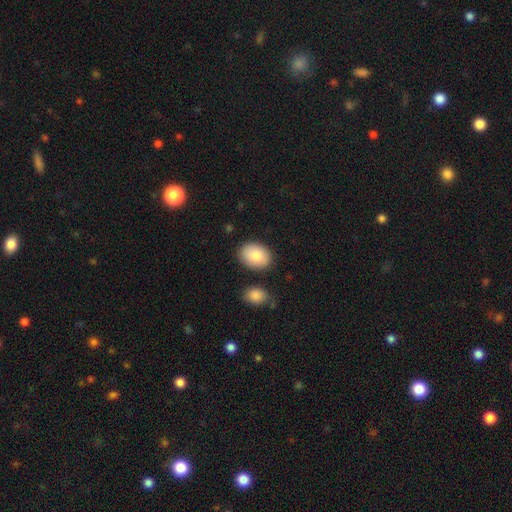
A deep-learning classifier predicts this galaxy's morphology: smooth_or_featured: smooth (p=0.83) [alt: featured or disk p=0.11]
how_rounded: in between (p=0.78) [alt: round p=0.21]
merging: none (p=0.83) [alt: minor disturbance p=0.10]